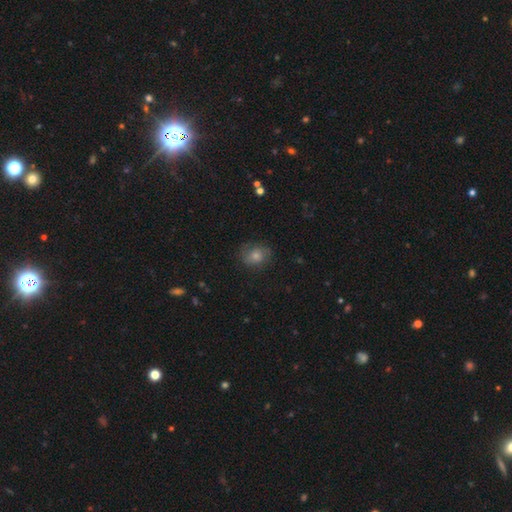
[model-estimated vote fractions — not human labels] This is possibly a smooth galaxy (54%). How rounded: possibly round (59%). Merging: likely none (75%).